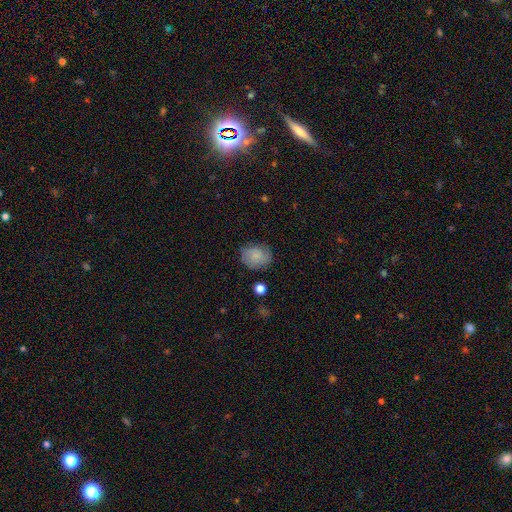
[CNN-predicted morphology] Overall: smooth (71%). How rounded: round (55%; in between 44%). Merging: none (72%).